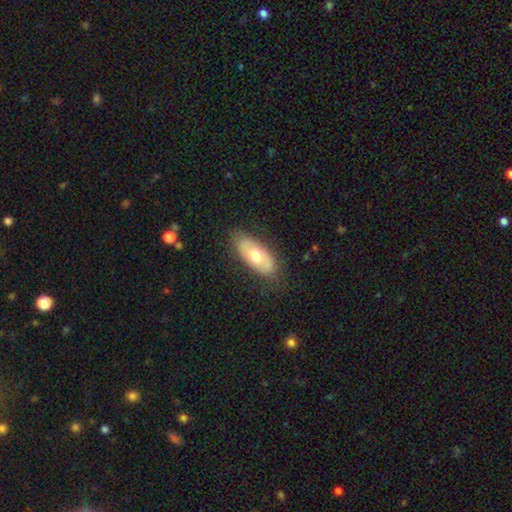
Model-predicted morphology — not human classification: This is possibly a smooth galaxy (59%). How rounded: clearly in between (88%). Merging: clearly none (81%).